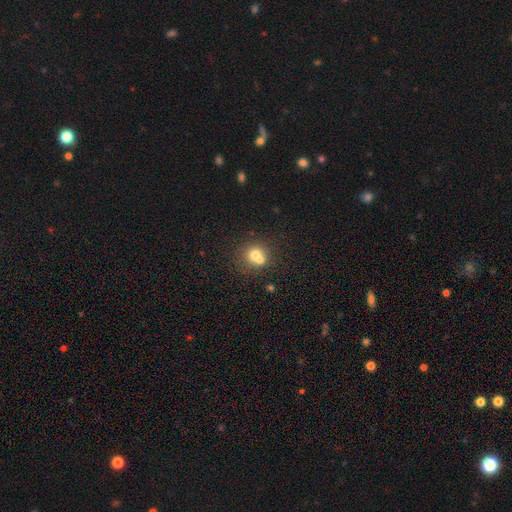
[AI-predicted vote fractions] smooth-or-featured: smooth: 68% | featured or disk: 19% | star or artifact: 12%
  how-rounded: round: 83% | in between: 16% | cigar-shaped: 1%
  merging: merger: 52% | none: 38% | minor disturbance: 7% | major disturbance: 3%